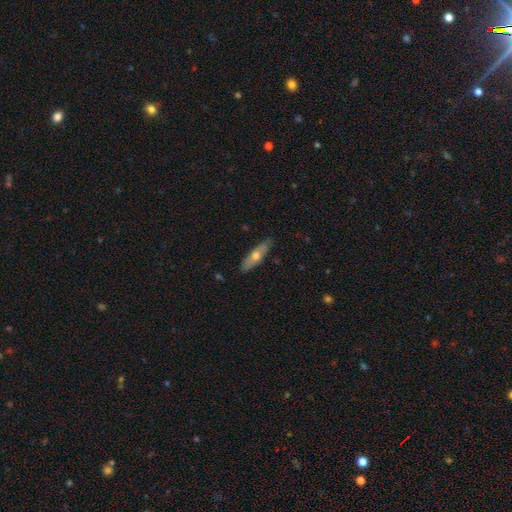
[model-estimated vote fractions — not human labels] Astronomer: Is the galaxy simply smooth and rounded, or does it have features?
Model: smooth — 51% (runner-up: featured or disk, 43%).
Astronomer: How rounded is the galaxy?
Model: cigar-shaped — 66%.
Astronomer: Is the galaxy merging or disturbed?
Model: none — 85%.